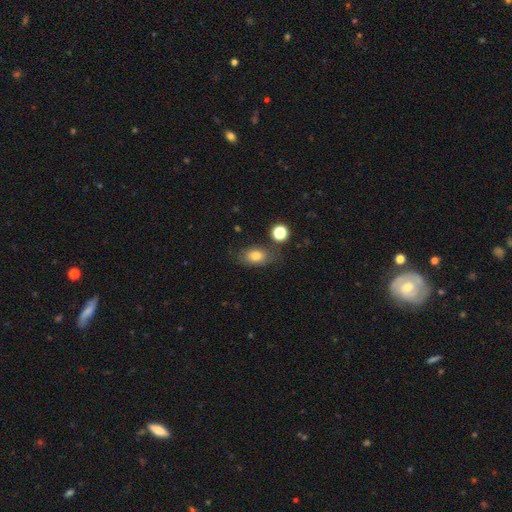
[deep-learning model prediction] This is likely a smooth galaxy (75%). How rounded: clearly in between (83%). Merging: likely none (69%).